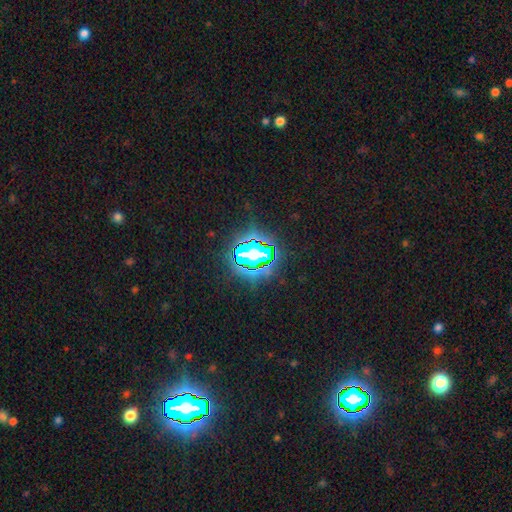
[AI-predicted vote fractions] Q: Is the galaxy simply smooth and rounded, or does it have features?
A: star or artifact — 75%.